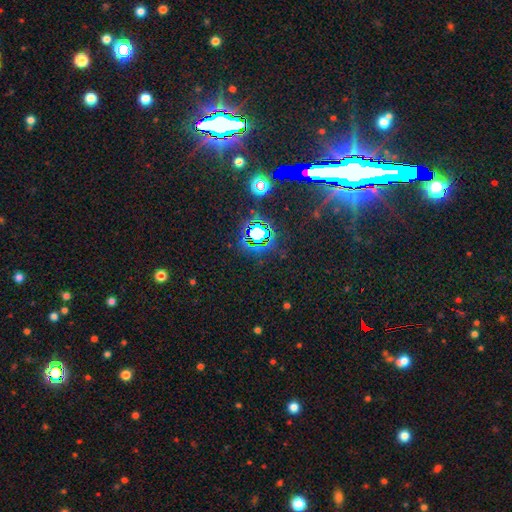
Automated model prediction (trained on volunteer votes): Q: Smooth or featured?
A: star or artifact (79%); runner-up: featured or disk (12%)